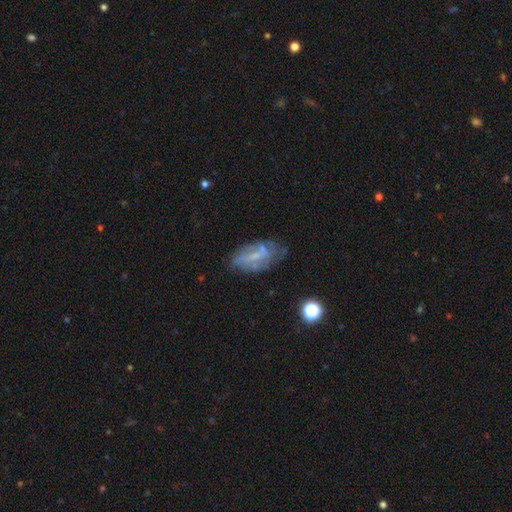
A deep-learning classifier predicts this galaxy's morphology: Q: Smooth or featured?
A: featured or disk (60%); runner-up: smooth (29%)
Q: Edge-on disk?
A: no (90%); runner-up: yes (10%)
Q: Bar?
A: weak (43%); runner-up: no (36%)
Q: Spiral arms?
A: yes (59%); runner-up: no (41%)
Q: Bulge size?
A: small (45%); runner-up: none (33%)
Q: Merging?
A: none (57%); runner-up: minor disturbance (26%)